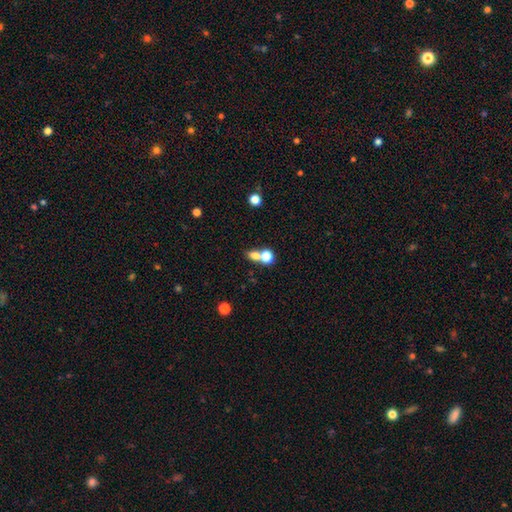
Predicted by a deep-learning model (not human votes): A smooth galaxy with no disk features (74%) that is round (53%). Merging: merger (50%).